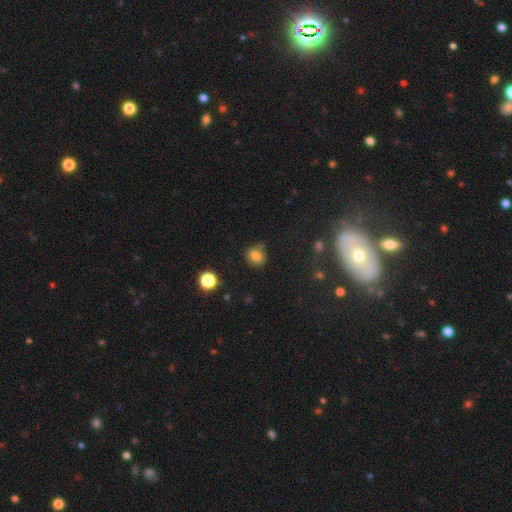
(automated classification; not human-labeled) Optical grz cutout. It shows a smooth galaxy with no disk features (78%) that is round (67%). Merging: none (74%).